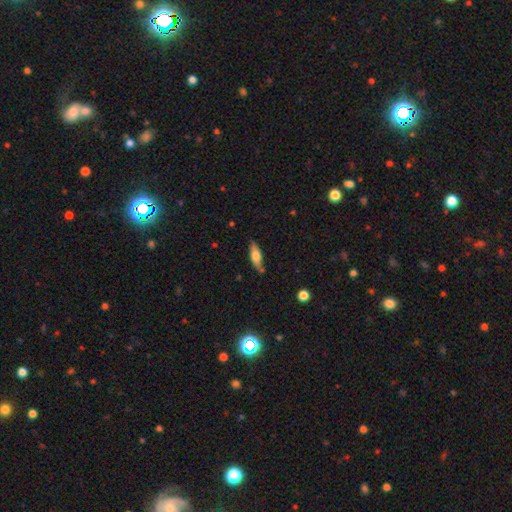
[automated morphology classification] Overall: smooth (62%; featured or disk 31%). How rounded: in between (57%; cigar-shaped 40%). Merging: none (74%).